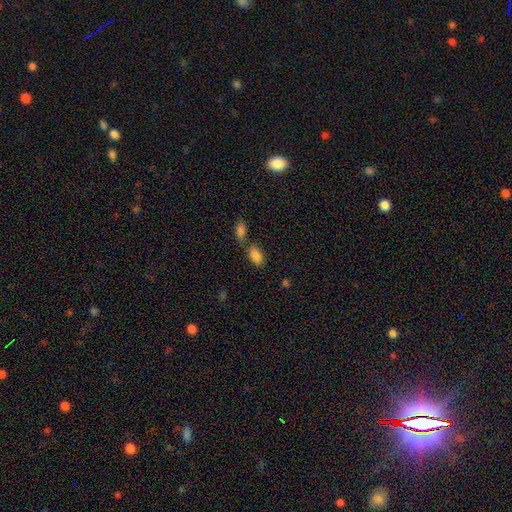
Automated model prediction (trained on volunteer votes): Q: Smooth or featured?
A: smooth (86%); runner-up: star or artifact (9%)
Q: How rounded?
A: in between (93%); runner-up: round (4%)
Q: Merging?
A: none (48%); runner-up: merger (35%)